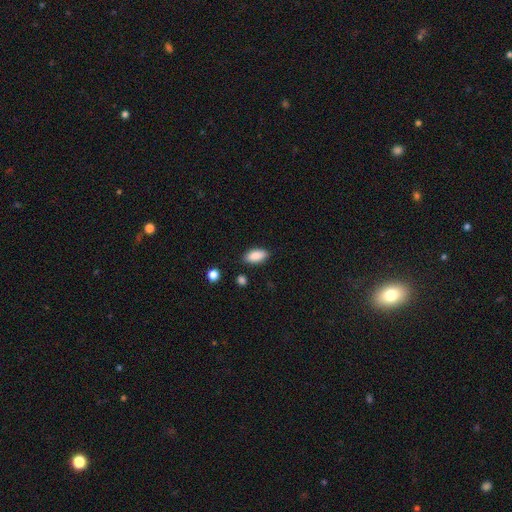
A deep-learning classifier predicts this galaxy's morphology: A smooth galaxy with no disk features (88%) that is in between round and cigar-shaped (90%).

Vote fractions:
- Smooth or featured? smooth: 88% / star or artifact: 7% / featured or disk: 5%
- How rounded? in between: 90% / cigar-shaped: 7% / round: 3%
- Merging? none: 85% / minor disturbance: 10% / major disturbance: 2% / merger: 2%